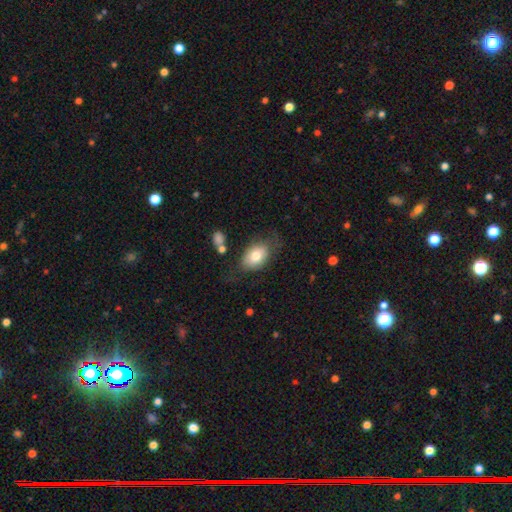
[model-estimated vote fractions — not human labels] Smooth or featured?
  - smooth: 75% *
  - featured or disk: 18%
  - star or artifact: 7%
How rounded?
  - in between: 82% *
  - round: 17%
  - cigar-shaped: 1%
Merging?
  - none: 59% *
  - minor disturbance: 23%
  - major disturbance: 14%
  - merger: 4%